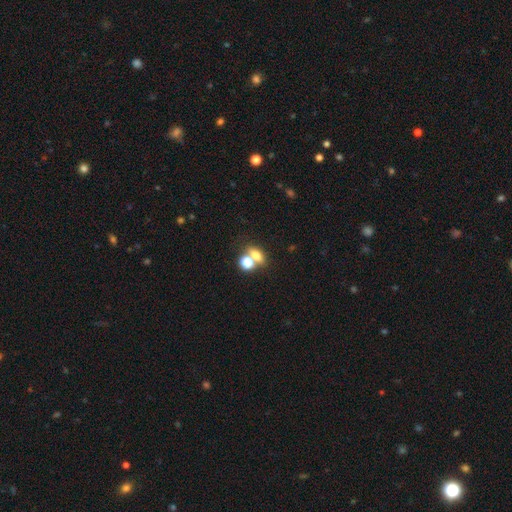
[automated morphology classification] Q: Smooth or featured?
A: smooth (69%); runner-up: star or artifact (17%)
Q: How rounded?
A: in between (61%); runner-up: round (33%)
Q: Merging?
A: none (45%); runner-up: merger (41%)